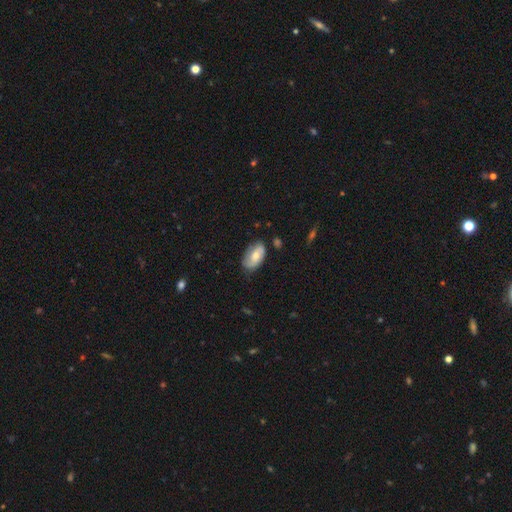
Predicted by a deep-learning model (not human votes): Smooth or featured?
  - smooth: 57% *
  - featured or disk: 36%
  - star or artifact: 7%
How rounded?
  - in between: 93% *
  - round: 5%
  - cigar-shaped: 2%
Merging?
  - none: 66% *
  - minor disturbance: 26%
  - major disturbance: 6%
  - merger: 2%